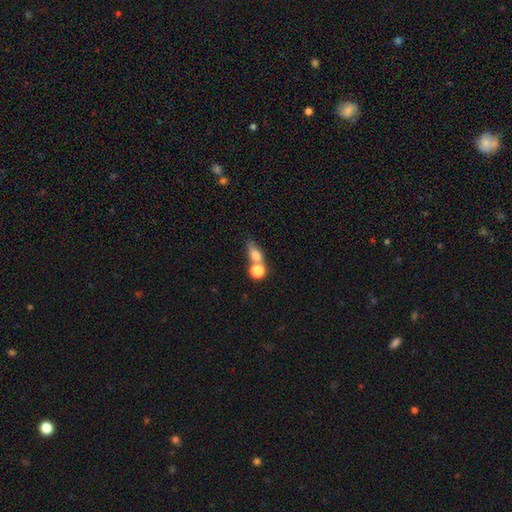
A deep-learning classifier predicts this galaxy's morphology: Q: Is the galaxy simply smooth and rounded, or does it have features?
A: smooth — 70%.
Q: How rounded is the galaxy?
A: in between — 49%.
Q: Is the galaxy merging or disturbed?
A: merger — 45%.